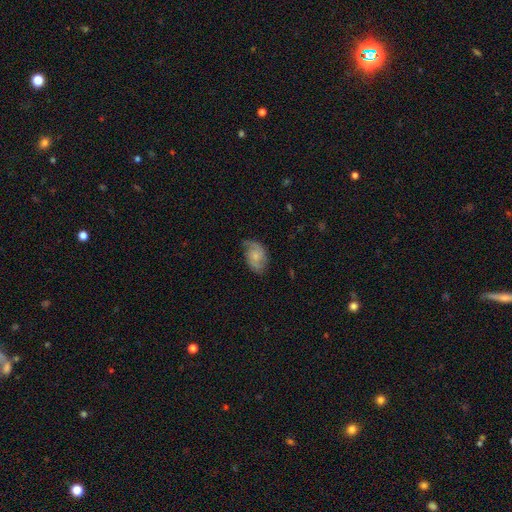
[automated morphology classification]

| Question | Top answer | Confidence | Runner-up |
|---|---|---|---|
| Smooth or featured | featured or disk | 68% | smooth (25%) |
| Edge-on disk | no | 97% | yes (3%) |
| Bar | no | 68% | weak (28%) |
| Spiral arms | yes | 94% | no (6%) |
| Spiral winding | medium | 47% | loose (28%) |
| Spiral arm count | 2 | 81% | can't tell (8%) |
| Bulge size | small | 57% | moderate (26%) |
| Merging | none | 68% | minor disturbance (22%) |